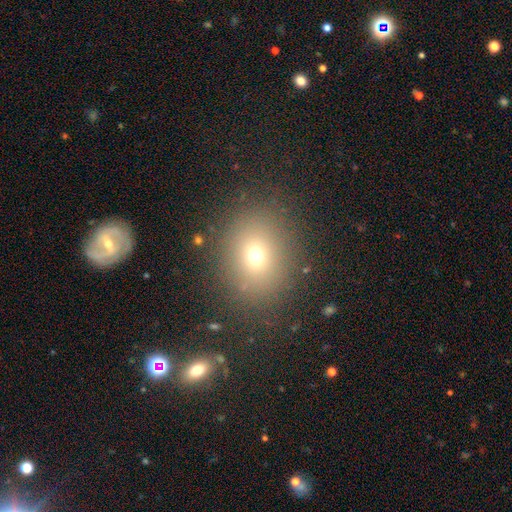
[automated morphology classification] This appears to be a smooth galaxy with no disk features (69%) that is round (61%). Merging: none (84%).